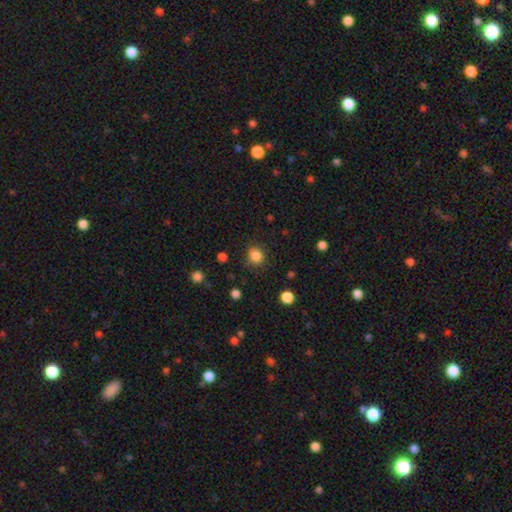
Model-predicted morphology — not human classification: A smooth galaxy with no disk features (85%) that is round (78%). Merging: none (83%).